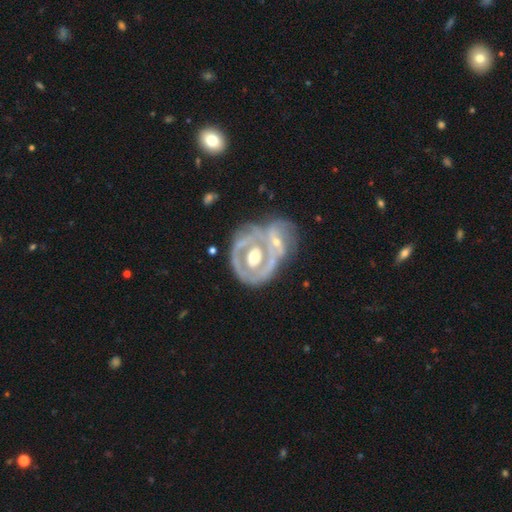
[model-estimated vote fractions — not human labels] Smooth or featured? featured or disk (78%)
Edge-on disk? no (95%)
Bar? no (62%)
Spiral arms? no (51%)
Bulge size? moderate (73%)
Merging? merger (56%)